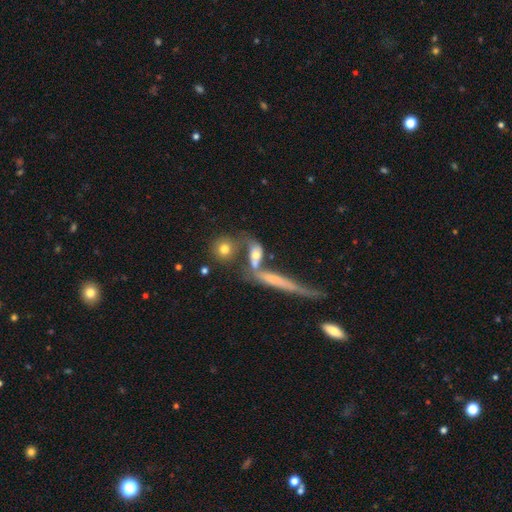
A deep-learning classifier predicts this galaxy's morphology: Smooth or featured?
  - smooth: 54% *
  - featured or disk: 34%
  - star or artifact: 11%
How rounded?
  - cigar-shaped: 43% *
  - in between: 37%
  - round: 21%
Merging?
  - merger: 39% *
  - none: 36%
  - minor disturbance: 13%
  - major disturbance: 12%